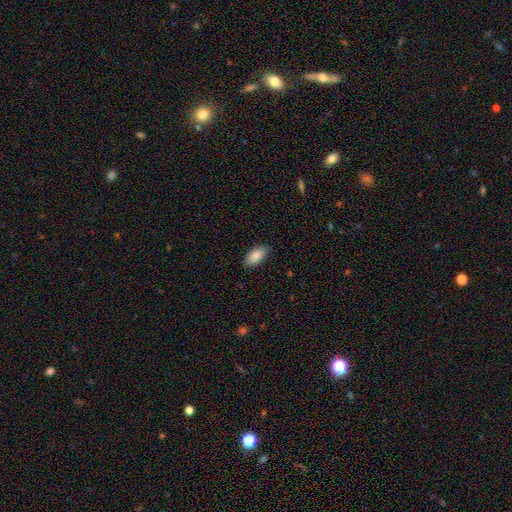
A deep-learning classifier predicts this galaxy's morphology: smooth-or-featured: smooth: 88% | star or artifact: 6% | featured or disk: 6%
  how-rounded: in between: 93% | cigar-shaped: 4% | round: 2%
  merging: none: 83% | minor disturbance: 13% | major disturbance: 2% | merger: 1%